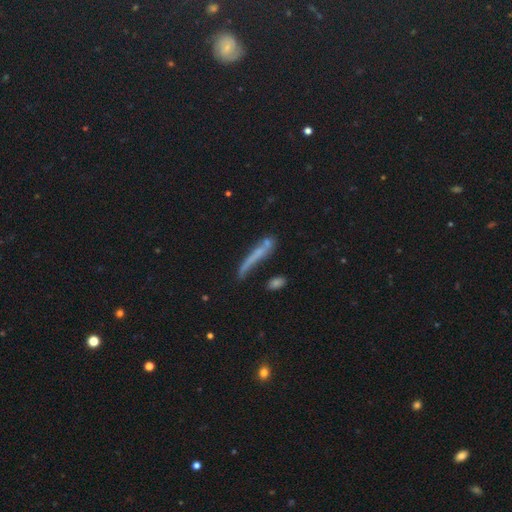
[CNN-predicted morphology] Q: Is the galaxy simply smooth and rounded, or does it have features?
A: smooth — 49%.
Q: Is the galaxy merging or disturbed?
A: none — 52%.